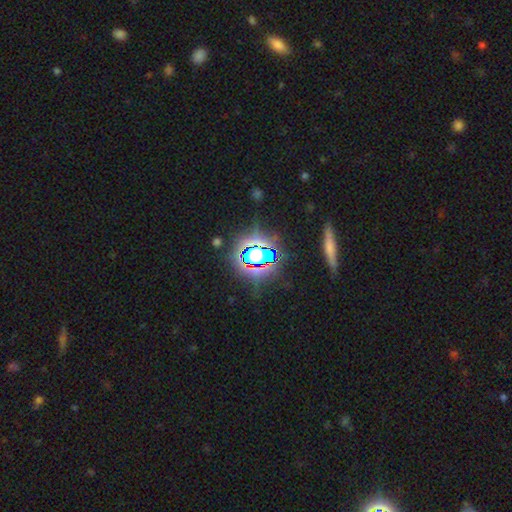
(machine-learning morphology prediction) Smooth or featured: star or artifact — 70% (smooth — 19%)